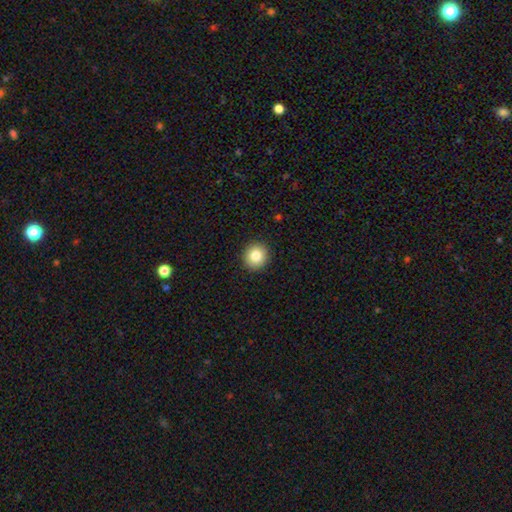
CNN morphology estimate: type=smooth (82%); roundness=round (88%); merging=none (92%).